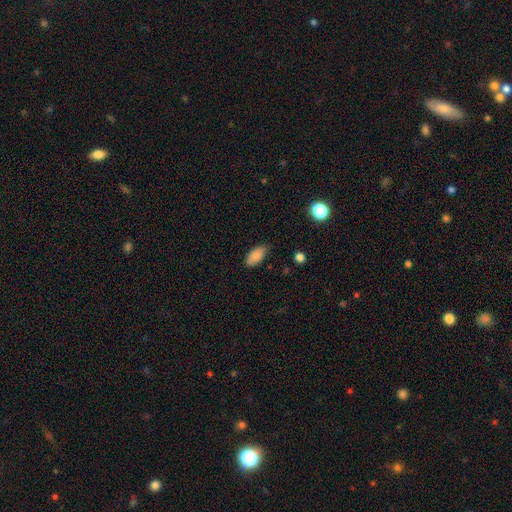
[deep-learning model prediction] A smooth galaxy with no disk features (86%) that is in between round and cigar-shaped (91%).

Vote fractions:
- Smooth or featured? smooth: 86% / star or artifact: 8% / featured or disk: 6%
- How rounded? in between: 91% / cigar-shaped: 7% / round: 3%
- Merging? none: 75% / minor disturbance: 20% / major disturbance: 3% / merger: 1%